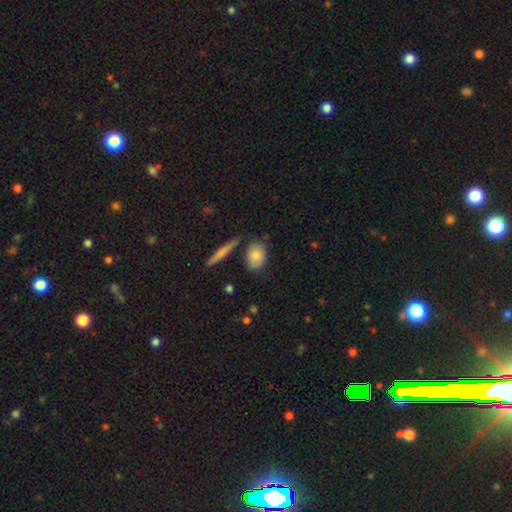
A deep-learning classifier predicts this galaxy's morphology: Overall: smooth (79%). How rounded: in between (69%). Merging: none (66%).